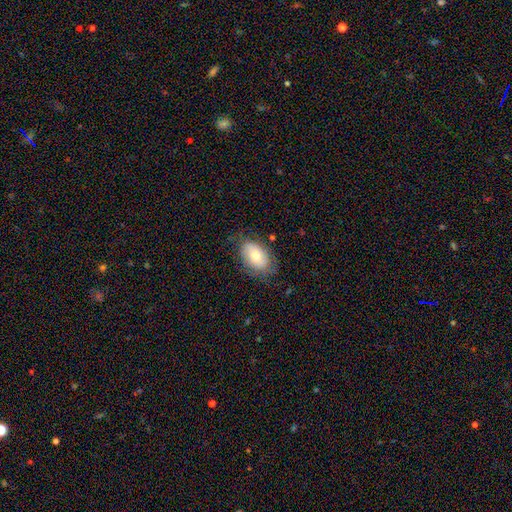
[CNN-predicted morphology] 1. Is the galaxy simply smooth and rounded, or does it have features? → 67% smooth, 26% featured or disk, 7% star or artifact.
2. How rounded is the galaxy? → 89% in between, 10% round, 1% cigar-shaped.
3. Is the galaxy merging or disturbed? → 70% none, 22% minor disturbance, 7% major disturbance, 1% merger.